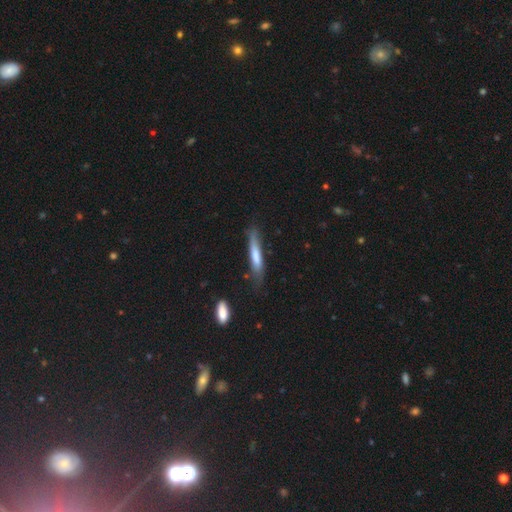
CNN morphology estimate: Smooth or featured? smooth (65%)
How rounded? cigar-shaped (89%)
Merging? none (66%)